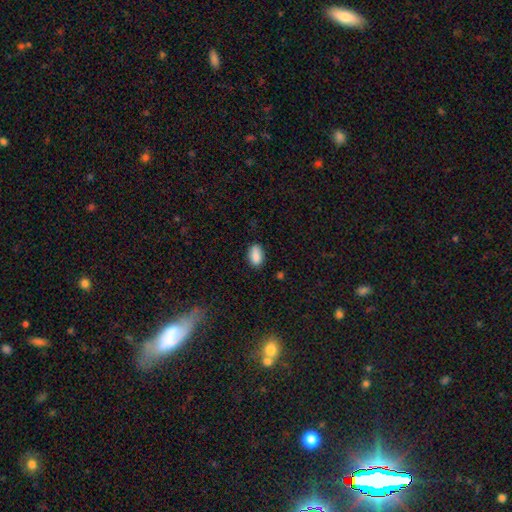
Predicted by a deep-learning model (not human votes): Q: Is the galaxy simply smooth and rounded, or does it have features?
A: smooth — 88%.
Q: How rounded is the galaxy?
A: in between — 91%.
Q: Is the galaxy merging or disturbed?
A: none — 80%.